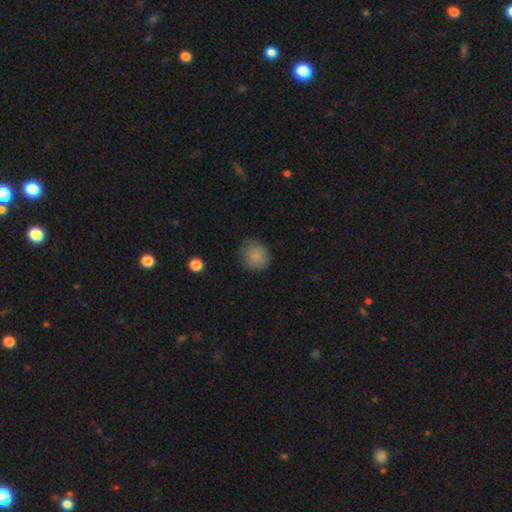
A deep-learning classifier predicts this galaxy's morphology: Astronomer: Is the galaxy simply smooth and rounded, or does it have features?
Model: smooth — 85%.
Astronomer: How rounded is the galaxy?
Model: round — 82%.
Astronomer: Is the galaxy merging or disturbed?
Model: none — 74%.